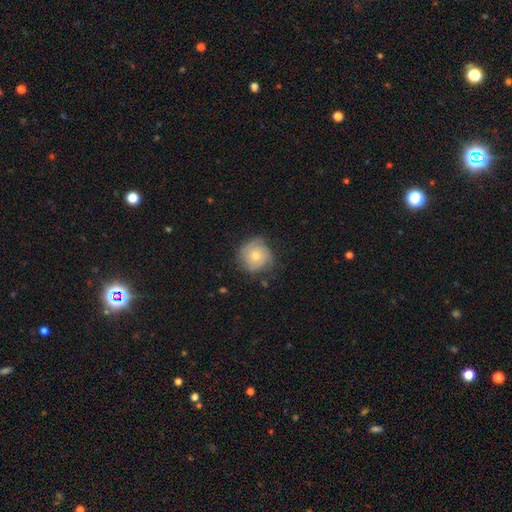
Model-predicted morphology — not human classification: Smooth or featured?
  - smooth: 55% *
  - featured or disk: 38%
  - star or artifact: 7%
How rounded?
  - round: 90% *
  - in between: 9%
  - cigar-shaped: 1%
Merging?
  - none: 65% *
  - minor disturbance: 26%
  - major disturbance: 7%
  - merger: 1%